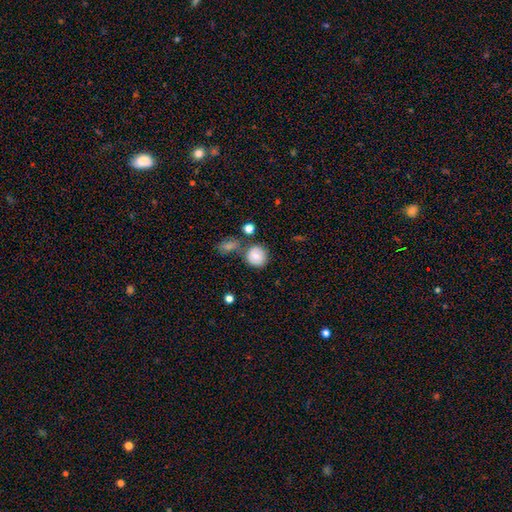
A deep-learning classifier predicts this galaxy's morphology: The model was most divided on "merging": none: 69%, minor disturbance: 14%, merger: 13%, major disturbance: 4%. More confident: how rounded — round (88%); smooth or featured — smooth (79%).